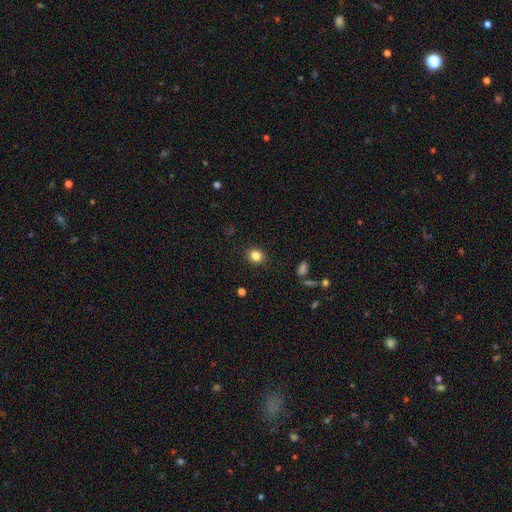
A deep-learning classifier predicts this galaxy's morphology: A smooth galaxy with no disk features (83%) that is round (75%).

Vote fractions:
- Smooth or featured? smooth: 83% / star or artifact: 11% / featured or disk: 5%
- How rounded? round: 75% / in between: 24% / cigar-shaped: 1%
- Merging? none: 89% / minor disturbance: 7% / major disturbance: 2% / merger: 1%